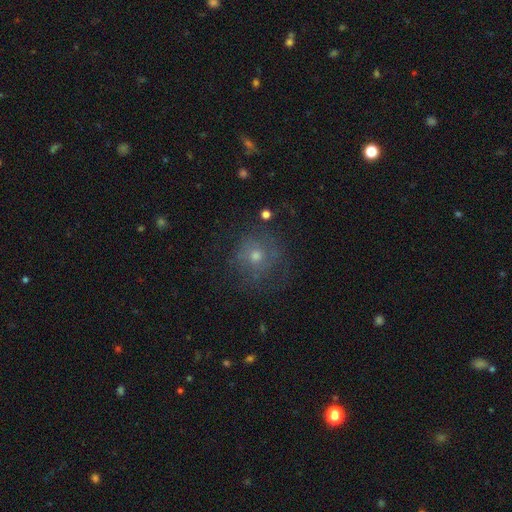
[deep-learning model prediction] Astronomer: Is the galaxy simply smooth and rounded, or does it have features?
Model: smooth — 54% (runner-up: featured or disk, 30%).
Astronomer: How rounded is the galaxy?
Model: round — 88%.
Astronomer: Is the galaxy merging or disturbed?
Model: none — 67%.